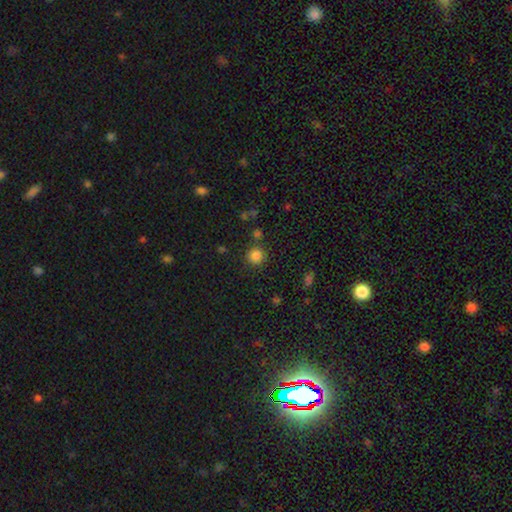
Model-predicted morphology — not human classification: Smooth or featured? smooth (83%)
How rounded? round (93%)
Merging? none (82%)